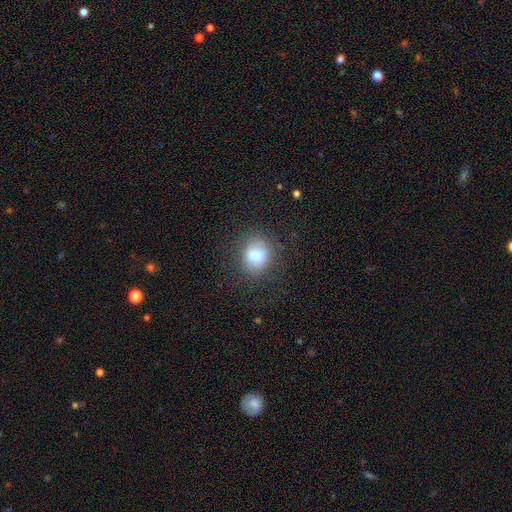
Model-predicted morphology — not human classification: A smooth galaxy with no disk features (76%) that is round (76%).

Vote fractions:
- Smooth or featured? smooth: 76% / featured or disk: 13% / star or artifact: 11%
- How rounded? round: 76% / in between: 23% / cigar-shaped: 1%
- Merging? none: 79% / minor disturbance: 14% / major disturbance: 6% / merger: 1%